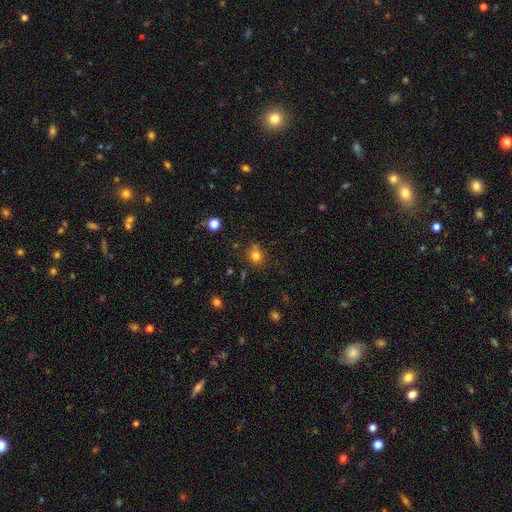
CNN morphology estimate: Smooth or featured? Predicted: smooth (p=0.78). How rounded? Predicted: round (p=0.81). Merging? Predicted: none (p=0.70).